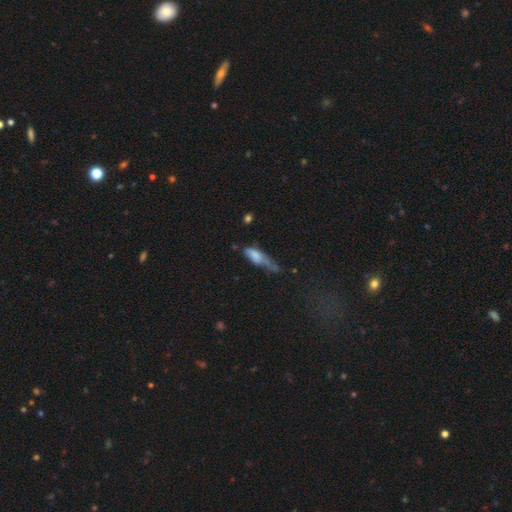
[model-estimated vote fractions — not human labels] smooth-or-featured: smooth: 69% | featured or disk: 22% | star or artifact: 9%
  how-rounded: in between: 55% | cigar-shaped: 42% | round: 3%
  merging: minor disturbance: 36% | major disturbance: 31% | none: 22% | merger: 11%